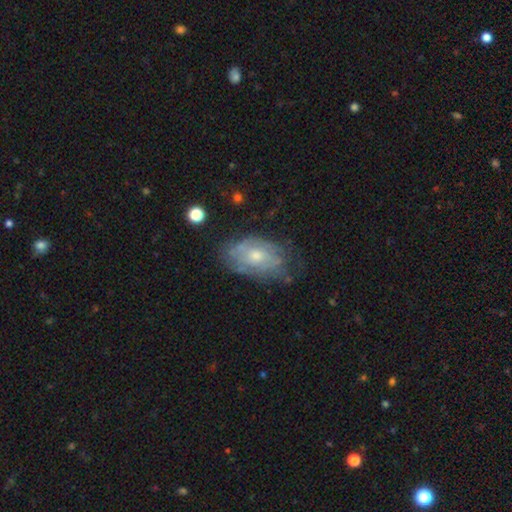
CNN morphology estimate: A featured or disk galaxy (62%) with no bar (80%), spiral arms (59%) and a moderate central bulge (57%).

Vote fractions:
- Smooth or featured? featured or disk: 62% / smooth: 31% / star or artifact: 7%
- Edge-on disk? no: 94% / yes: 6%
- Bar? no: 80% / weak: 17% / strong: 2%
- Spiral arms? yes: 59% / no: 41%
- Bulge size? moderate: 57% / small: 35% / large: 4% / none: 3% / dominant: 1%
- Merging? none: 58% / minor disturbance: 27% / major disturbance: 12% / merger: 2%